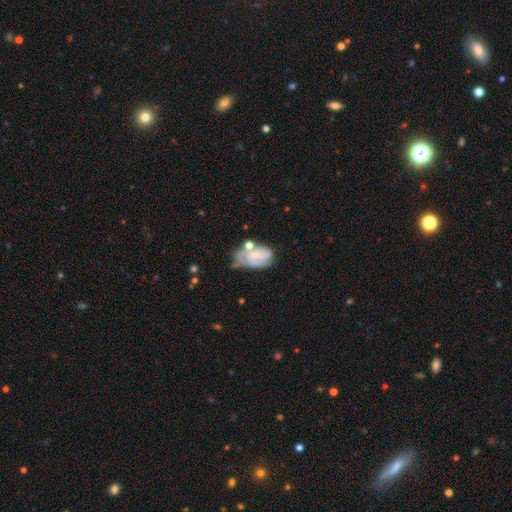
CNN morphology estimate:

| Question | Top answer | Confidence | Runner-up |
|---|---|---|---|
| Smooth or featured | featured or disk | 58% | smooth (34%) |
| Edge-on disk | no | 97% | yes (3%) |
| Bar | no | 69% | weak (25%) |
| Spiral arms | yes | 74% | no (26%) |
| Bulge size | small | 50% | none (26%) |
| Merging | minor disturbance | 31% | none (27%) |